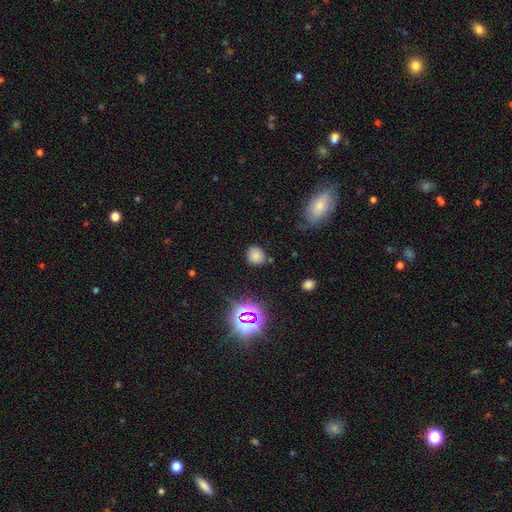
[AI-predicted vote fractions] Smooth or featured? Predicted: smooth (p=0.74). How rounded? Predicted: round (p=0.81). Merging? Predicted: none (p=0.81).